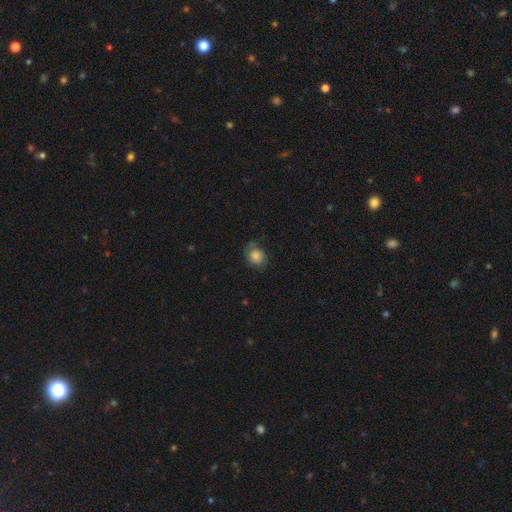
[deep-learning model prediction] Overall: smooth (74%). How rounded: round (64%; in between 35%). Merging: none (61%; minor disturbance 26%).